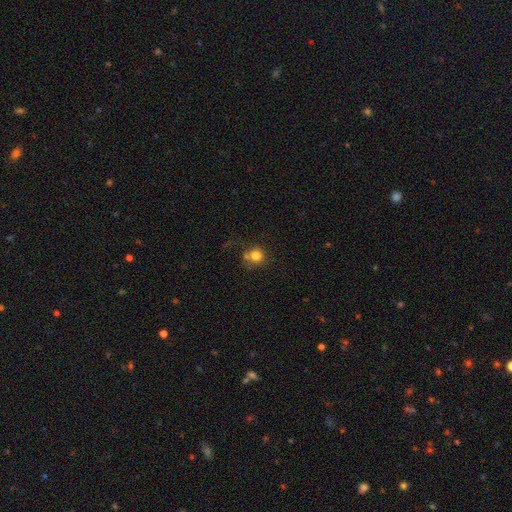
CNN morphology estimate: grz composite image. It shows a smooth galaxy with no disk features (78%) that is round (87%). Merging: none (59%).